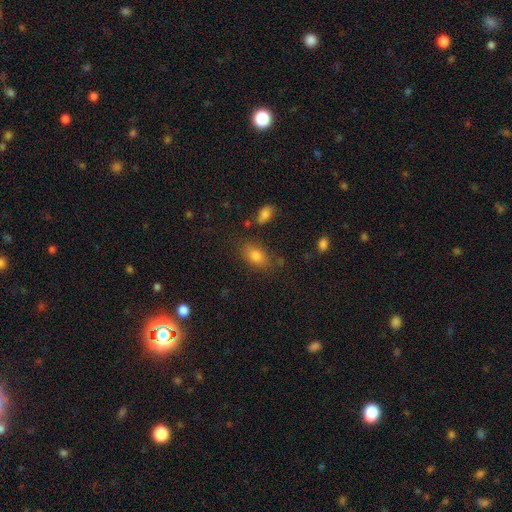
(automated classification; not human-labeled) Smooth or featured: smooth — 79% (star or artifact — 11%)
How rounded: in between — 84% (round — 12%)
Merging: none — 75% (minor disturbance — 15%)